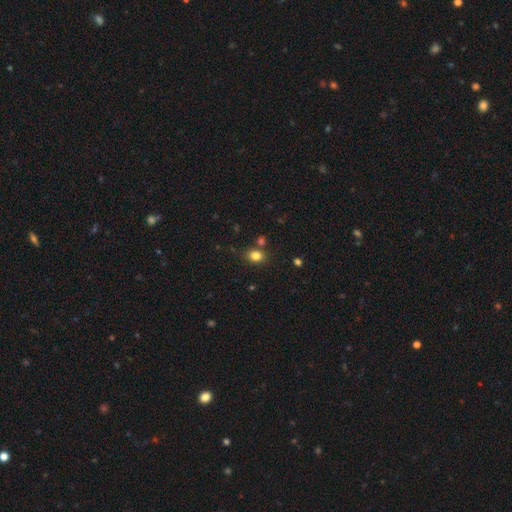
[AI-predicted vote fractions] This appears to be a smooth galaxy with no disk features (82%) that is in between round and cigar-shaped (53%). Merging: none (77%).